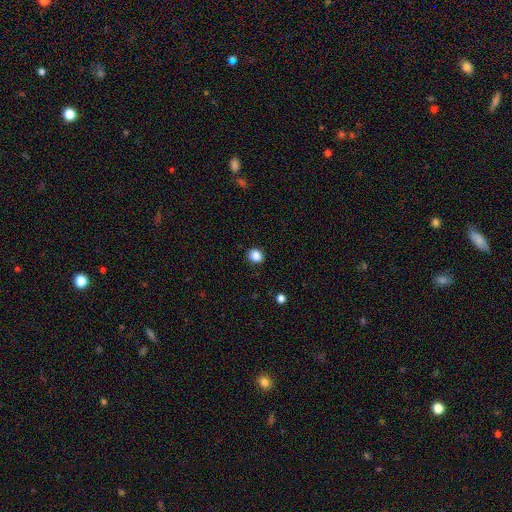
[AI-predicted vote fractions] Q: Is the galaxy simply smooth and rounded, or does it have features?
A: smooth — 87%.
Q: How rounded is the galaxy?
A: round — 75%.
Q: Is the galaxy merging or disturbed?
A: none — 90%.